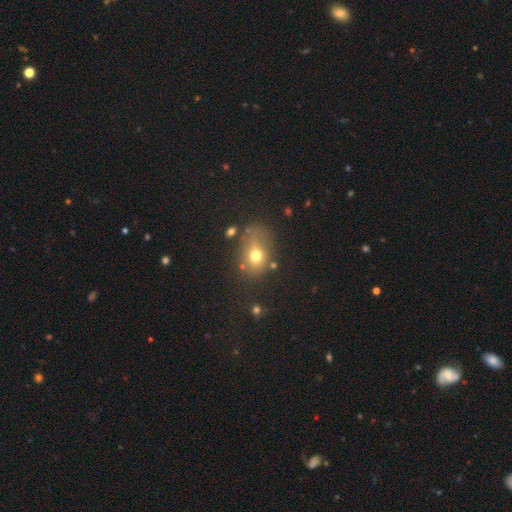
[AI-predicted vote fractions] A smooth galaxy with no disk features (69%) that is in between round and cigar-shaped (62%). Merging: none (55%).